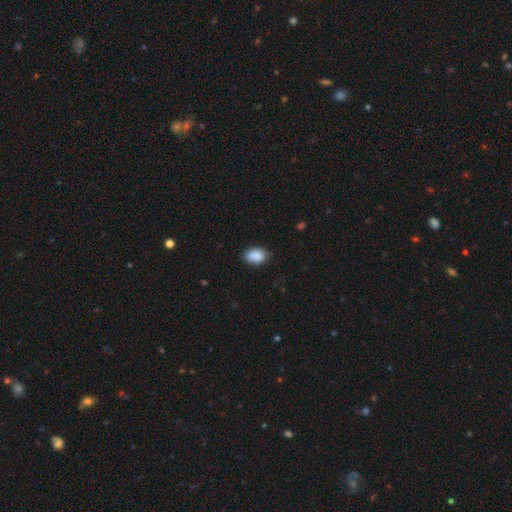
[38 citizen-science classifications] smooth-or-featured: smooth: 92% | star or artifact: 5% | featured or disk: 3%
  how-rounded: in between: 91% | round: 9% | cigar-shaped: 0%
  merging: none: 83% | minor disturbance: 17% | major disturbance: 0% | merger: 0%